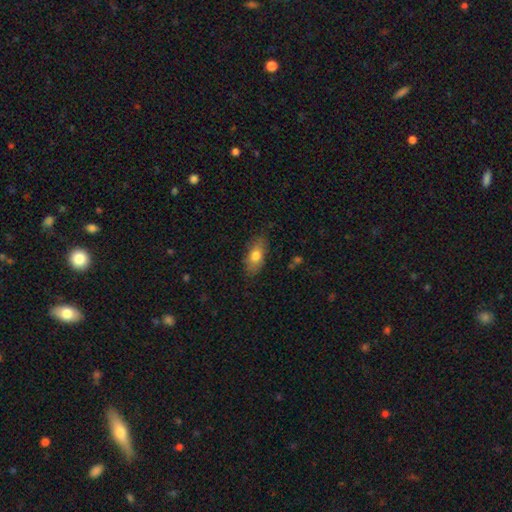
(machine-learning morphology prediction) A smooth galaxy with no disk features (75%) that is in between round and cigar-shaped (85%). Merging: none (80%).